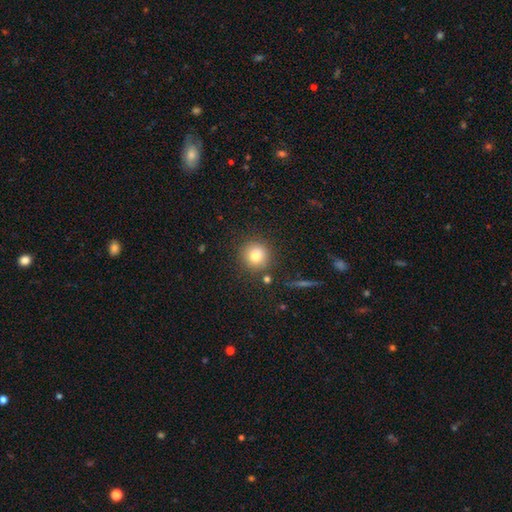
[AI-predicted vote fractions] Overall: smooth (78%). How rounded: round (93%). Merging: none (85%).